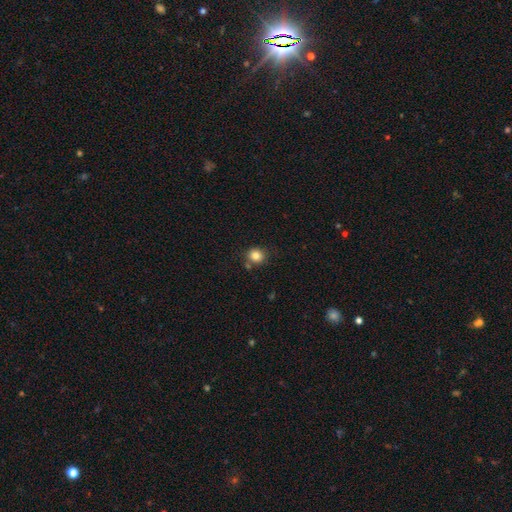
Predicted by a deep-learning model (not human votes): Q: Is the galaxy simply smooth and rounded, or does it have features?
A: smooth — 83%.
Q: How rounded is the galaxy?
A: round — 82%.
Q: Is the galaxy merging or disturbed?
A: none — 77%.